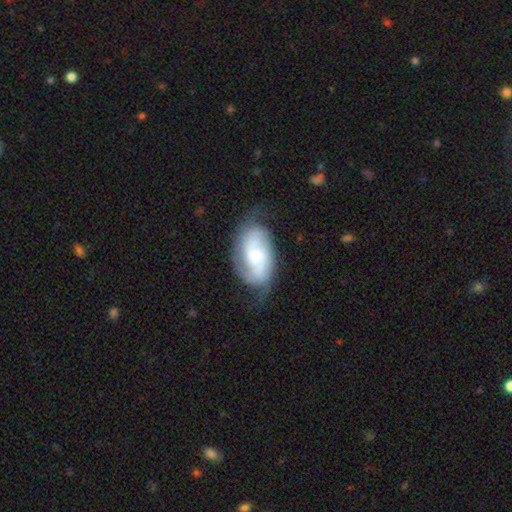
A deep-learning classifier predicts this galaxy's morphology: Smooth or featured? featured or disk (68%)
Edge-on disk? no (95%)
Bar? no (61%)
Spiral arms? yes (88%)
Spiral winding? medium (41%)
Spiral arm count? 2 (56%)
Bulge size? small (51%)
Merging? none (59%)